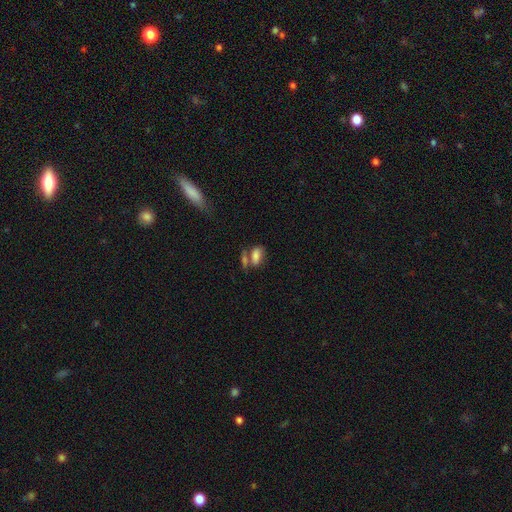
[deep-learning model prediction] Smooth or featured: smooth — 77% (featured or disk — 13%)
How rounded: in between — 83% (cigar-shaped — 11%)
Merging: none — 41% (merger — 39%)